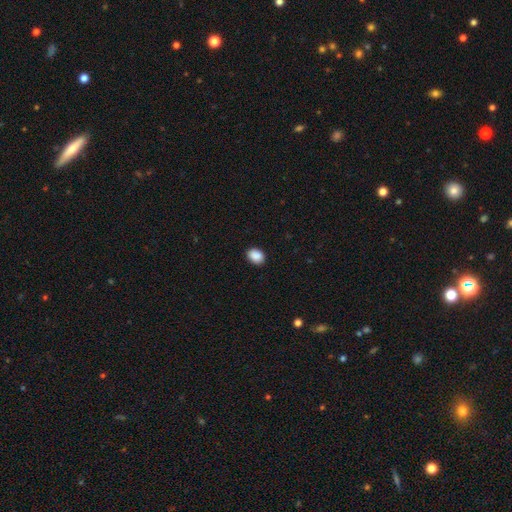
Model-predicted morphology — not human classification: A smooth galaxy with no disk features (90%) that is in between round and cigar-shaped (68%). Merging: none (89%).